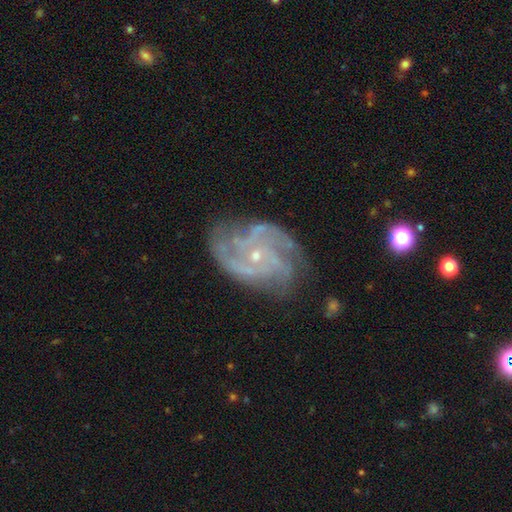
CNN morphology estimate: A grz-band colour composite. It shows a featured or disk galaxy (88%) with no bar (70%), 3 (27%) tight (47%) spiral arms (96%) and a small central bulge (81%). Merging: none (68%).